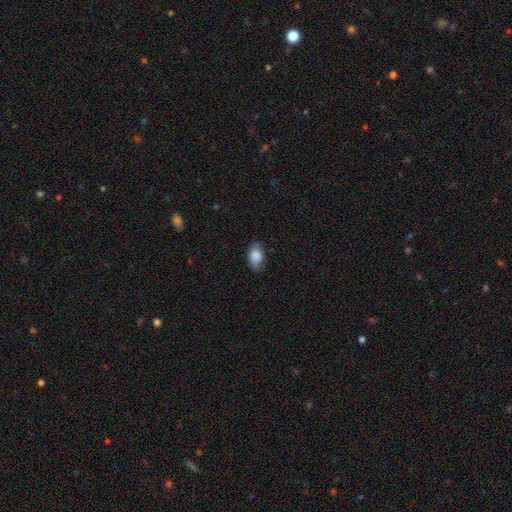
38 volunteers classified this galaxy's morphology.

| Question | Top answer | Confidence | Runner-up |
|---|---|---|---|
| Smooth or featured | smooth | 87% | star or artifact (8%) |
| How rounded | in between | 91% | cigar-shaped (6%) |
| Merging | none | 83% | minor disturbance (11%) |